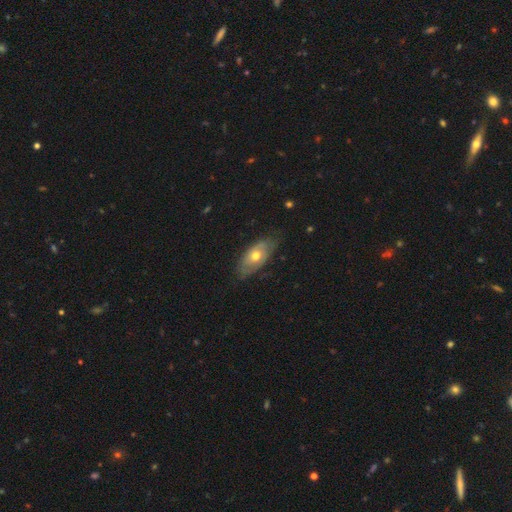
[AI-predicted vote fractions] A featured or disk galaxy (48%).

Vote fractions:
- Smooth or featured? featured or disk: 48% / smooth: 47% / star or artifact: 6%
- Merging? none: 69% / minor disturbance: 24% / major disturbance: 5% / merger: 1%